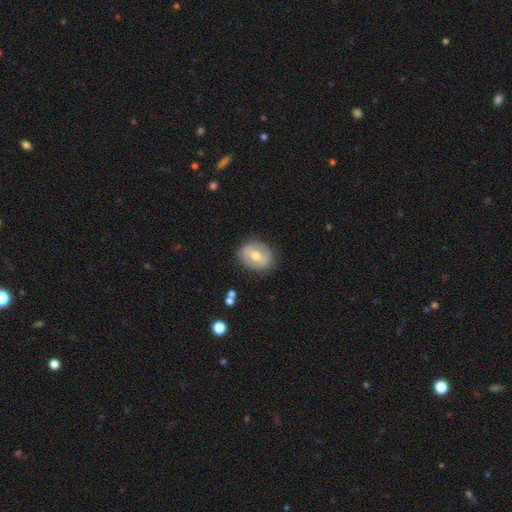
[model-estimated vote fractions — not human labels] smooth 48%, featured or disk 46%, star or artifact 7%. Down the decision tree: merging — none (84%).